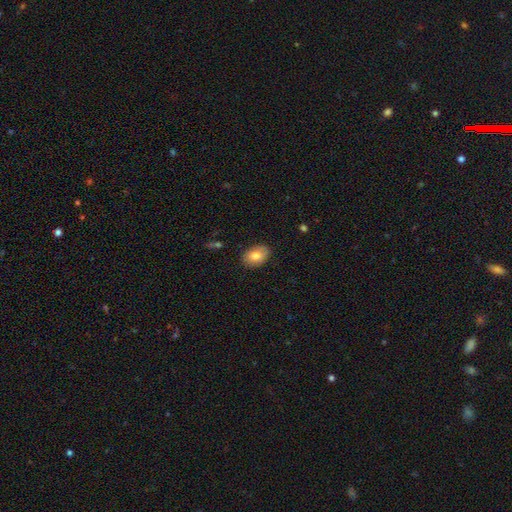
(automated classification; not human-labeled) Smooth or featured?
  - smooth: 81% *
  - featured or disk: 12%
  - star or artifact: 7%
How rounded?
  - in between: 86% *
  - round: 13%
  - cigar-shaped: 1%
Merging?
  - none: 85% *
  - minor disturbance: 11%
  - major disturbance: 2%
  - merger: 1%